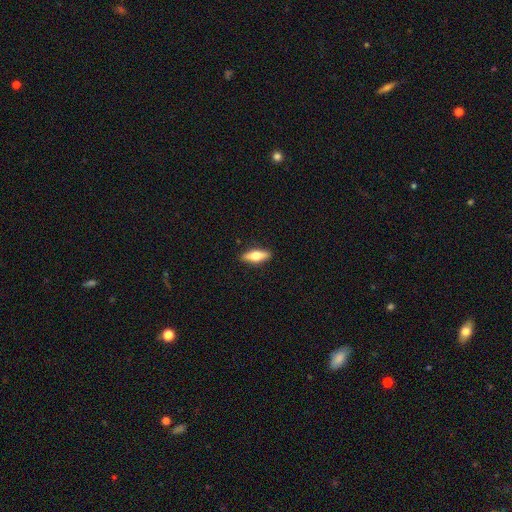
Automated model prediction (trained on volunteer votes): Smooth or featured?
  - smooth: 51% *
  - featured or disk: 43%
  - star or artifact: 6%
How rounded?
  - in between: 50% *
  - cigar-shaped: 47%
  - round: 3%
Merging?
  - none: 90% *
  - minor disturbance: 7%
  - major disturbance: 2%
  - merger: 1%